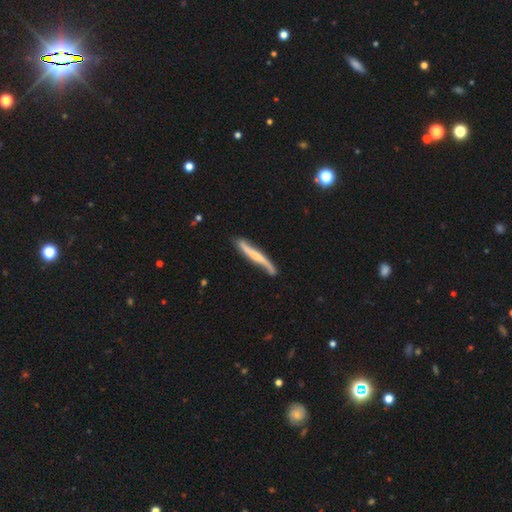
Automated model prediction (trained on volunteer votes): featured or disk 65%, smooth 30%, star or artifact 5%. Down the decision tree: edge-on disk — yes (65%); merging — none (66%).